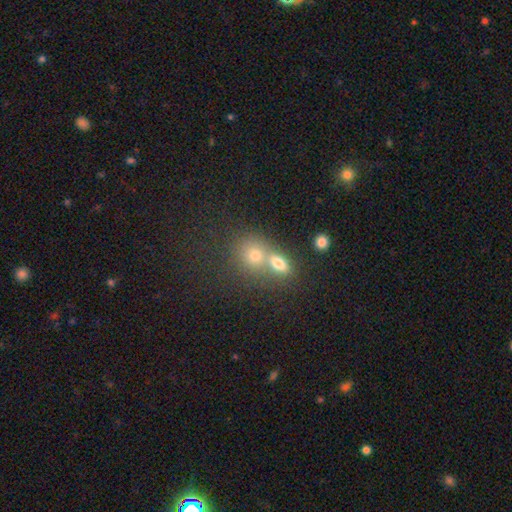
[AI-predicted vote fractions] Overall: smooth (69%). How rounded: round (65%; in between 34%). Merging: merger (61%; none 30%).